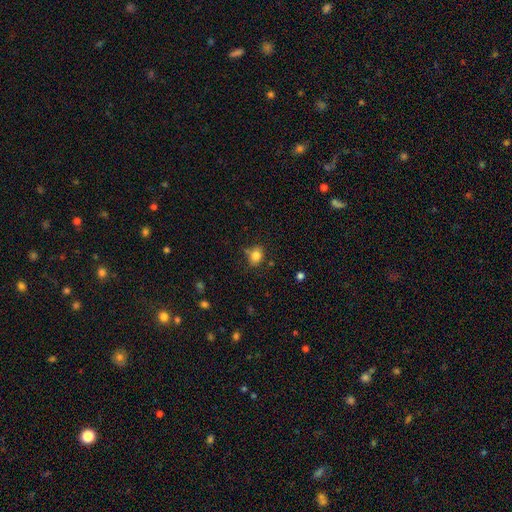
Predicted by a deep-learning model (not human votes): Smooth or featured?
  - smooth: 82% *
  - star or artifact: 11%
  - featured or disk: 6%
How rounded?
  - round: 55% *
  - in between: 44%
  - cigar-shaped: 1%
Merging?
  - none: 72% *
  - minor disturbance: 17%
  - merger: 6%
  - major disturbance: 5%